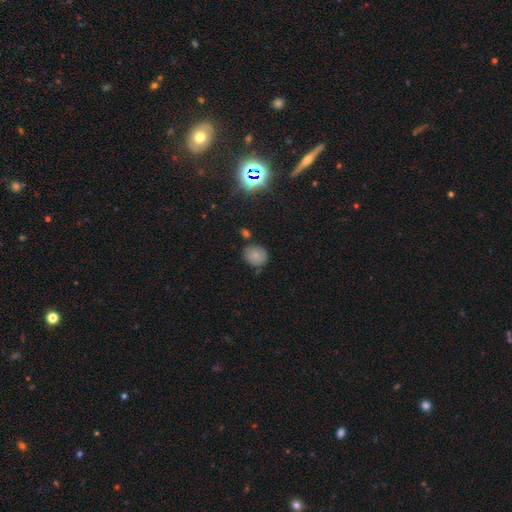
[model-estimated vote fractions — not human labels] Smooth or featured? smooth (74%)
How rounded? round (73%)
Merging? none (73%)